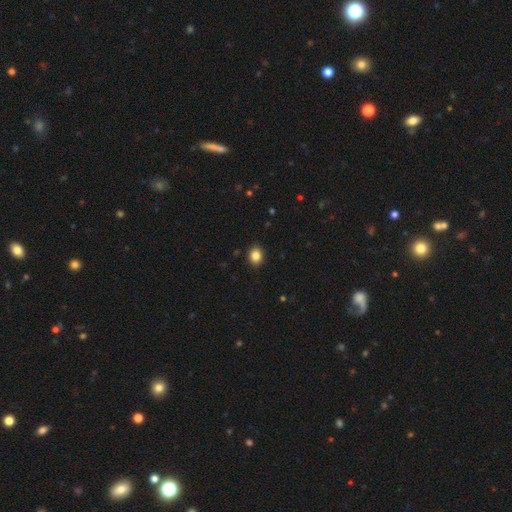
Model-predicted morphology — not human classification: type=smooth (86%); roundness=round (57%); merging=none (91%).